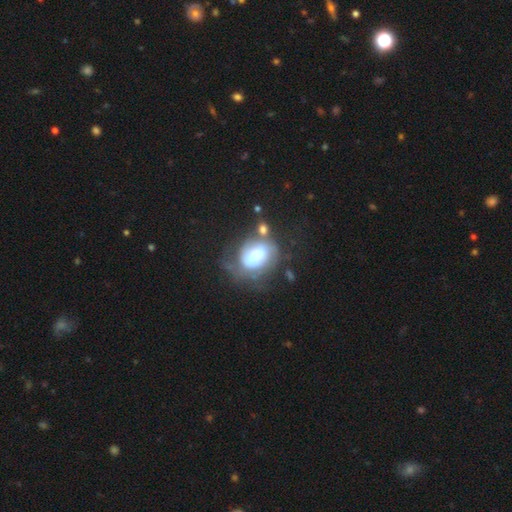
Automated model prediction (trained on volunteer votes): Q: Smooth or featured?
A: featured or disk (54%); runner-up: smooth (37%)
Q: Edge-on disk?
A: no (97%); runner-up: yes (3%)
Q: Bar?
A: no (54%); runner-up: weak (34%)
Q: Spiral arms?
A: yes (72%); runner-up: no (28%)
Q: Bulge size?
A: large (45%); runner-up: moderate (31%)
Q: Merging?
A: none (35%); runner-up: major disturbance (27%)